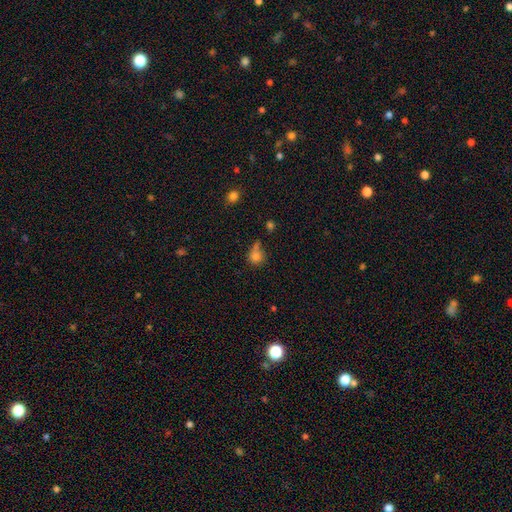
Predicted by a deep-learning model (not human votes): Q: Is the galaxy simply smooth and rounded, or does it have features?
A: smooth — 78%.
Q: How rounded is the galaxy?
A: round — 81%.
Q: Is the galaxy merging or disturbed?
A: none — 45%.